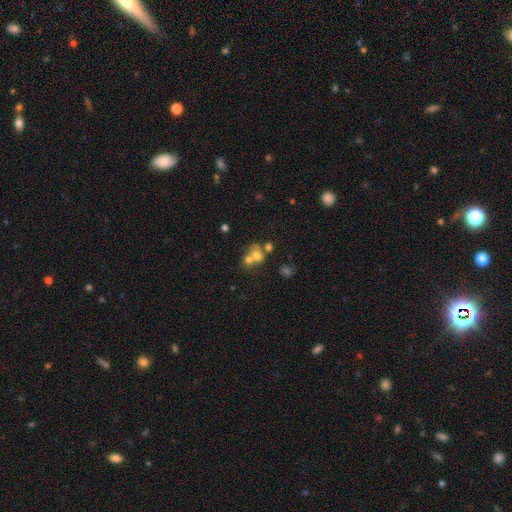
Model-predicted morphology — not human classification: smooth 64%, featured or disk 21%, star or artifact 16%. Down the decision tree: how rounded — round (65%); merging — merger (60%).